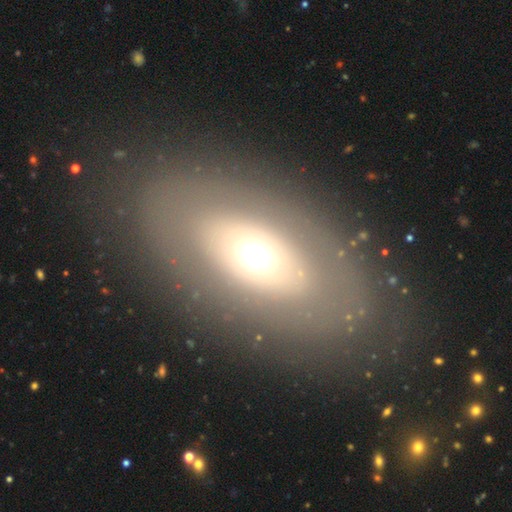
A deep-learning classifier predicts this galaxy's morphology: Smooth or featured? Predicted: featured or disk (p=0.48). Merging? Predicted: none (p=0.80).